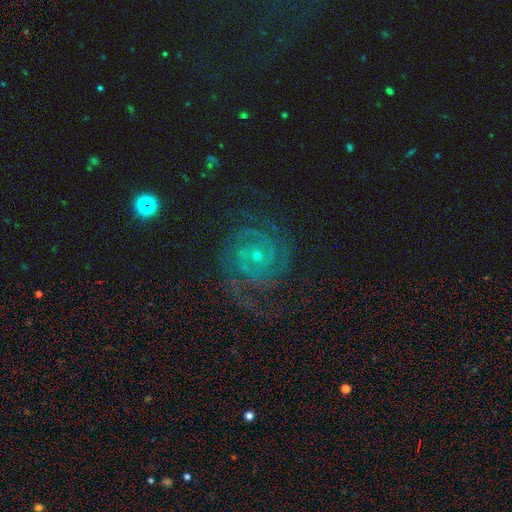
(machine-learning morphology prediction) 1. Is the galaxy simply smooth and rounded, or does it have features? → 89% featured or disk, 7% star or artifact, 4% smooth.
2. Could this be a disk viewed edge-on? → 98% no, 2% yes.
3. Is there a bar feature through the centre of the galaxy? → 69% no, 24% weak, 7% strong.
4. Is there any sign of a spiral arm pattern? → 98% yes, 2% no.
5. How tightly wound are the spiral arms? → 71% tight, 25% medium, 4% loose.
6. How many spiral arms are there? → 61% 2, 14% 3, 10% can't tell, 6% 4, 5% more than 4, 5% 1.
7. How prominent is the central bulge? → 76% small, 19% moderate, 3% none, 1% large, 1% dominant.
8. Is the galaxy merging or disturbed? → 76% none, 14% minor disturbance, 8% major disturbance, 1% merger.